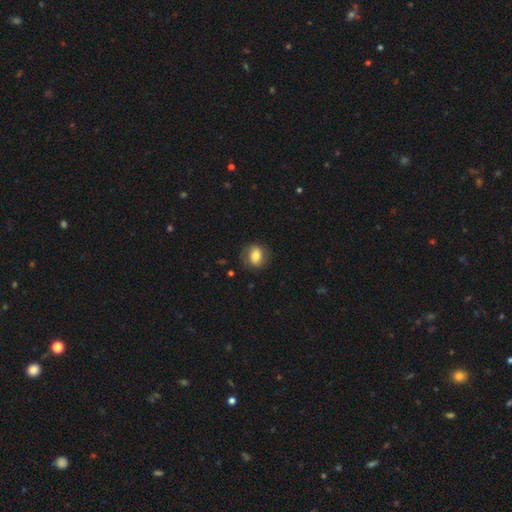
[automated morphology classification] The model was most divided on "how rounded": round: 50%, in between: 49%, cigar-shaped: 1%. More confident: merging — none (76%); smooth or featured — smooth (75%).